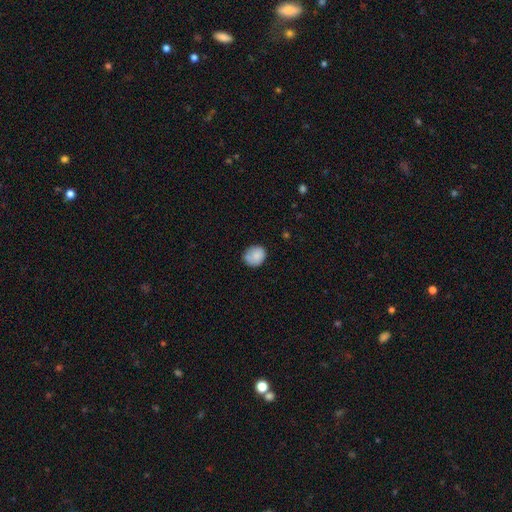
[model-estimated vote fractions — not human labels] Smooth or featured?
  - smooth: 83% *
  - featured or disk: 8%
  - star or artifact: 8%
How rounded?
  - round: 72% *
  - in between: 28%
  - cigar-shaped: 1%
Merging?
  - none: 70% *
  - minor disturbance: 22%
  - major disturbance: 5%
  - merger: 3%